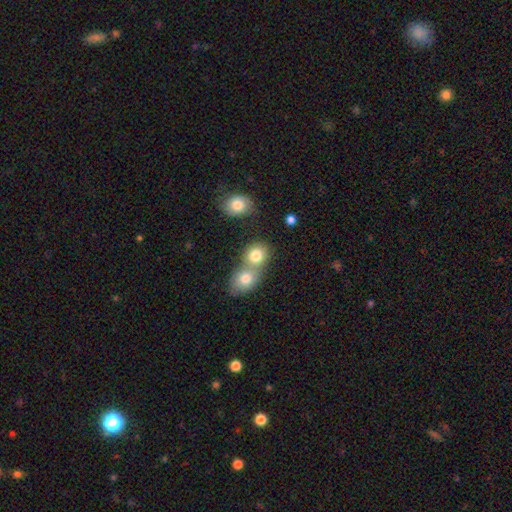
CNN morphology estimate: Smooth or featured?
  - smooth: 80% *
  - featured or disk: 10%
  - star or artifact: 10%
How rounded?
  - round: 69% *
  - in between: 30%
  - cigar-shaped: 1%
Merging?
  - merger: 58% *
  - none: 33%
  - minor disturbance: 6%
  - major disturbance: 3%